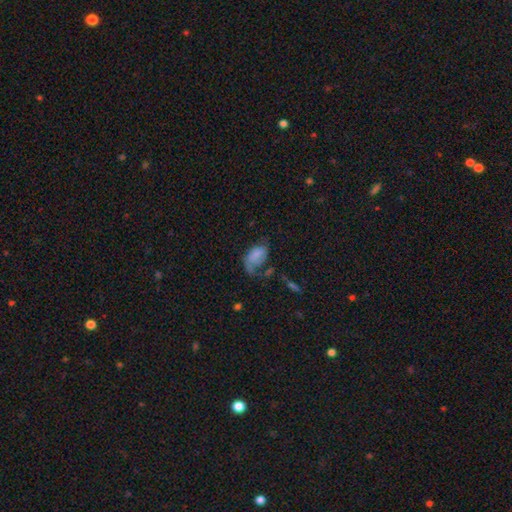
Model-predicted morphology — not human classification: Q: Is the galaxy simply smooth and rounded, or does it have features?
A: smooth — 54%.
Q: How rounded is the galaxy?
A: in between — 90%.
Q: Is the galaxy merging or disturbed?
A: major disturbance — 43%.